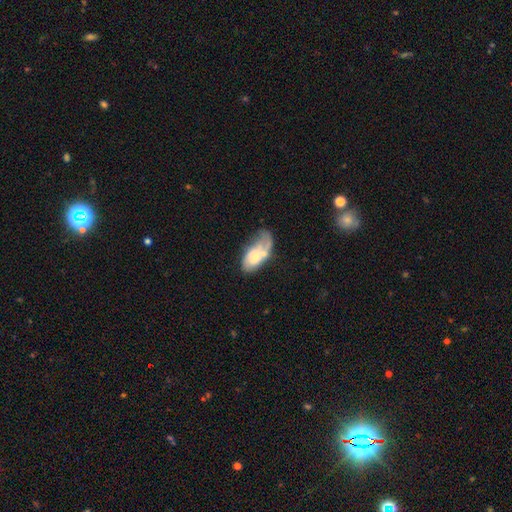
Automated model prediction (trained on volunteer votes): A smooth galaxy with no disk features (49%).

Vote fractions:
- Smooth or featured? smooth: 49% / featured or disk: 44% / star or artifact: 7%
- Merging? major disturbance: 29% / minor disturbance: 25% / none: 24% / merger: 22%